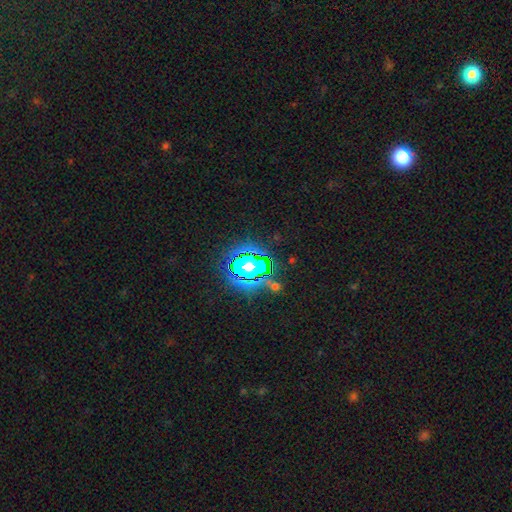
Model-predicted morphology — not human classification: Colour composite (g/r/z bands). It shows a star or artifact, not a galaxy (82%).